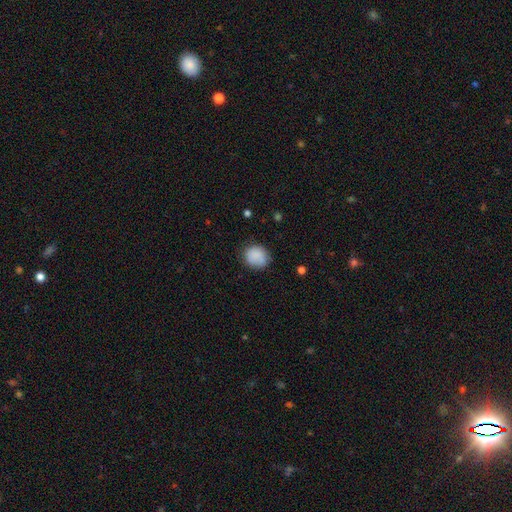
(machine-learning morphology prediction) smooth-or-featured: smooth: 84% | star or artifact: 8% | featured or disk: 8%
  how-rounded: round: 78% | in between: 21% | cigar-shaped: 1%
  merging: none: 72% | minor disturbance: 21% | major disturbance: 6% | merger: 2%